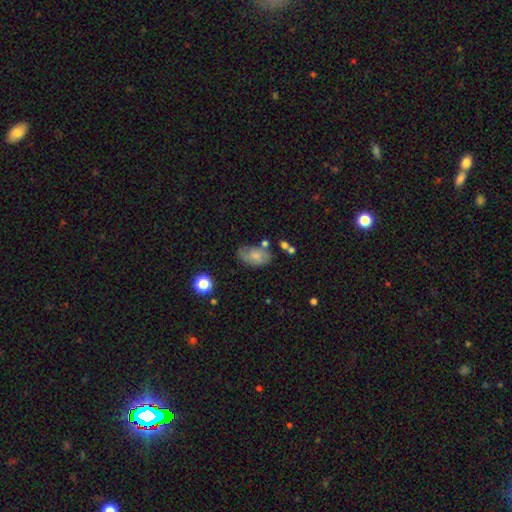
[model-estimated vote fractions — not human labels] Smooth or featured? smooth (64%)
How rounded? in between (89%)
Merging? none (53%)